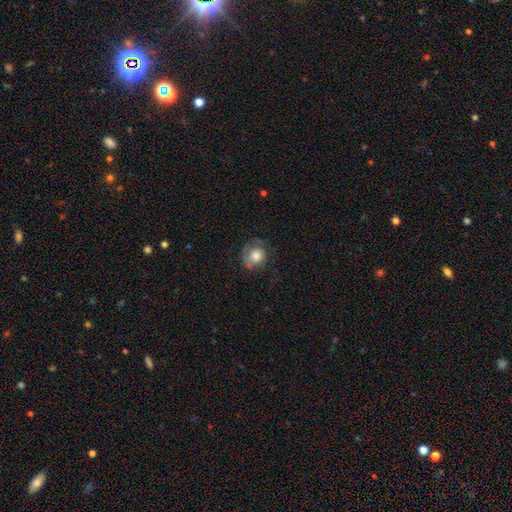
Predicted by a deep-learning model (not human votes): The model was most divided on "merging": none: 55%, minor disturbance: 26%, major disturbance: 17%, merger: 2%. More confident: how rounded — round (82%); smooth or featured — smooth (67%).